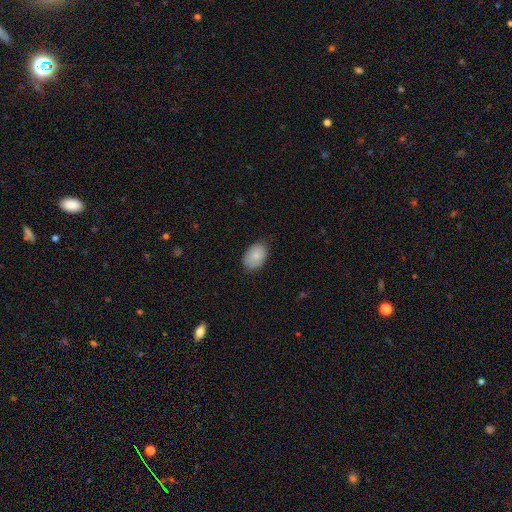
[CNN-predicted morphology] Q: Smooth or featured?
A: smooth (86%); runner-up: featured or disk (7%)
Q: How rounded?
A: in between (87%); runner-up: round (12%)
Q: Merging?
A: none (81%); runner-up: minor disturbance (15%)